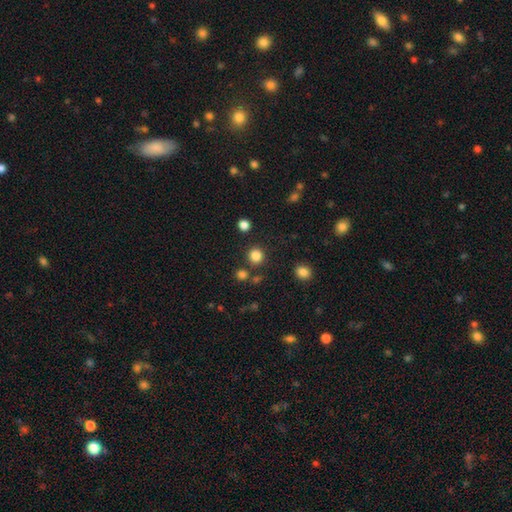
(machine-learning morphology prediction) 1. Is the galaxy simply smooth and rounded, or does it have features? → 83% smooth, 13% star or artifact, 4% featured or disk.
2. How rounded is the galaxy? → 91% round, 8% in between, 1% cigar-shaped.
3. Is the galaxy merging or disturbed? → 85% none, 6% minor disturbance, 6% merger, 3% major disturbance.